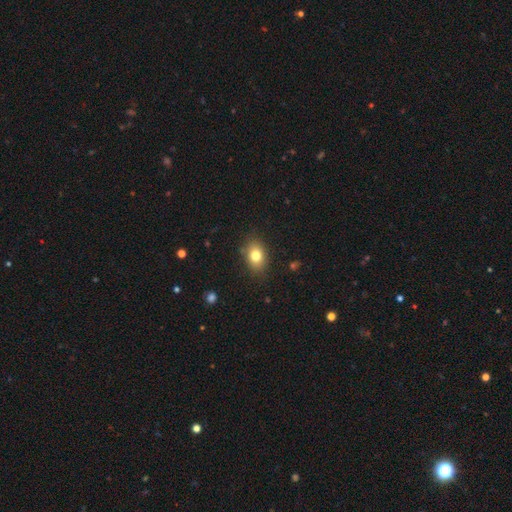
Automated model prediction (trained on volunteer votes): Smooth or featured? smooth (80%)
How rounded? in between (70%)
Merging? none (83%)